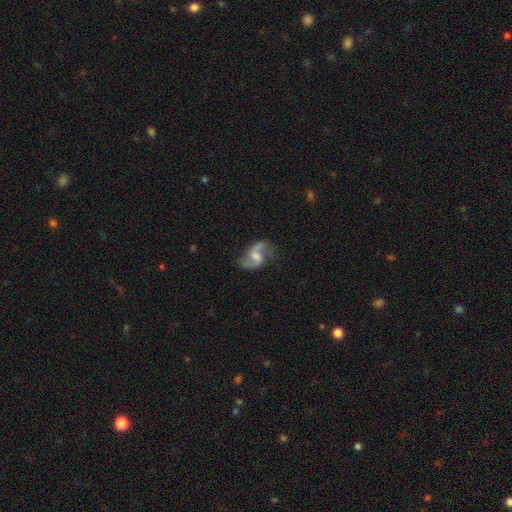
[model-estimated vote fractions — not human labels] Smooth or featured? Predicted: featured or disk (p=0.82). Edge-on disk? Predicted: no (p=0.98). Bar? Predicted: weak (p=0.54). Spiral arms? Predicted: yes (p=0.95). Spiral winding? Predicted: loose (p=0.67). Spiral arm count? Predicted: 2 (p=0.91). Bulge size? Predicted: moderate (p=0.36). Merging? Predicted: none (p=0.68).